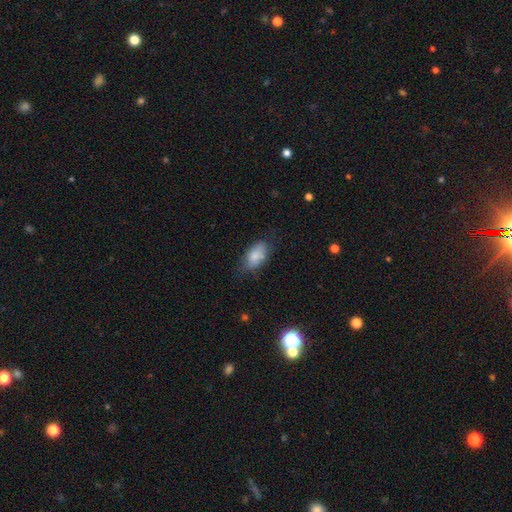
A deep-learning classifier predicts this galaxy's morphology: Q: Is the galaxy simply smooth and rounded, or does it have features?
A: smooth — 82%.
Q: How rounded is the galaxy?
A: in between — 91%.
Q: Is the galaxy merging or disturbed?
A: none — 60%.